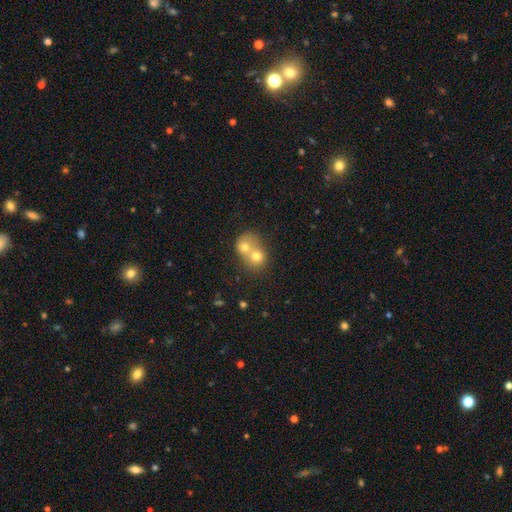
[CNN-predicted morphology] A smooth galaxy with no disk features (63%) that is round (68%).

Vote fractions:
- Smooth or featured? smooth: 63% / featured or disk: 25% / star or artifact: 12%
- How rounded? round: 68% / in between: 31% / cigar-shaped: 1%
- Merging? merger: 75% / none: 19% / minor disturbance: 4% / major disturbance: 2%